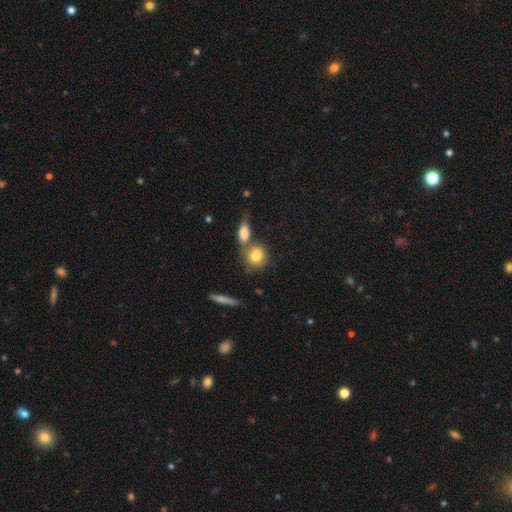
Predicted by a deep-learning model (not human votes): Smooth or featured? smooth (77%)
How rounded? round (57%)
Merging? merger (42%, tied with none)